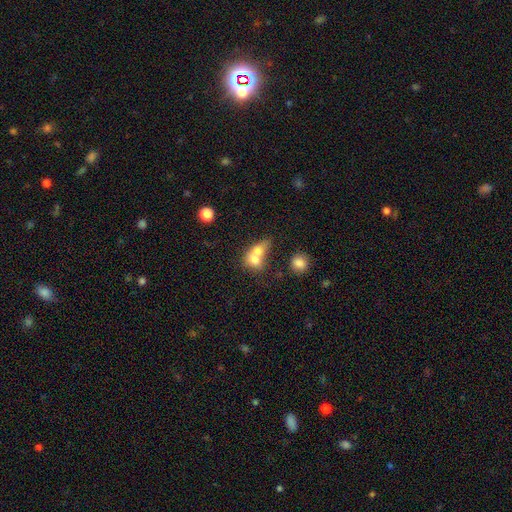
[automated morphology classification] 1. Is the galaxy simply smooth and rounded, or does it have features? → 69% smooth, 22% featured or disk, 9% star or artifact.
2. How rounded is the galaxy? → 51% in between, 46% round, 3% cigar-shaped.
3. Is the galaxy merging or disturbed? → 73% merger, 16% none, 6% minor disturbance, 4% major disturbance.